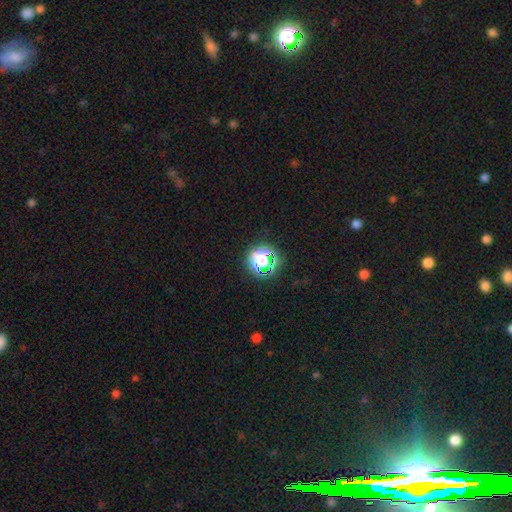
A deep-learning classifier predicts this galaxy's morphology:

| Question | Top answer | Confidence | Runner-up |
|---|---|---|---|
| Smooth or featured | star or artifact | 56% | smooth (35%) |